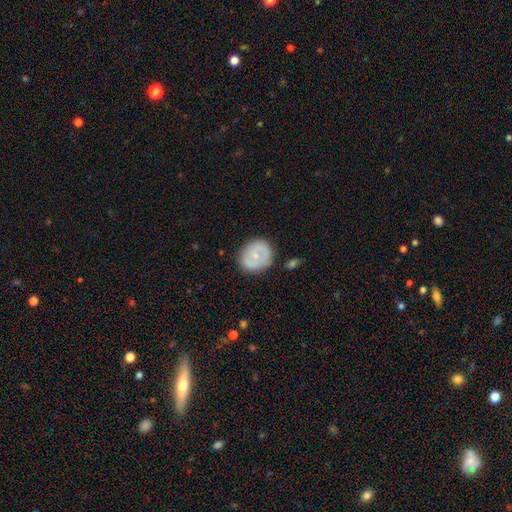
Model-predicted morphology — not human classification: Overall: smooth (54%; featured or disk 39%). How rounded: round (73%). Merging: none (82%).